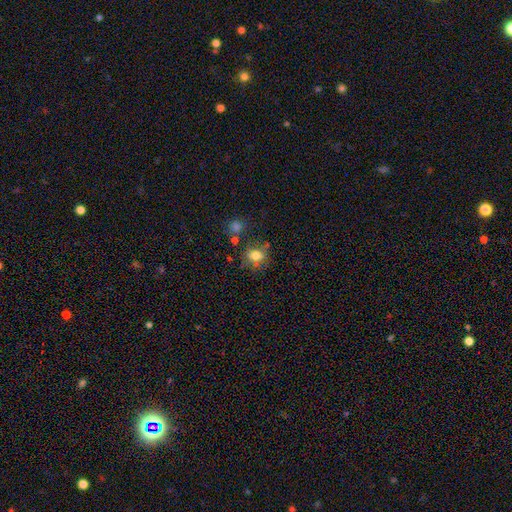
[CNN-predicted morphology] Q: Smooth or featured?
A: smooth (77%); runner-up: star or artifact (12%)
Q: How rounded?
A: round (51%); runner-up: in between (47%)
Q: Merging?
A: none (62%); runner-up: minor disturbance (19%)